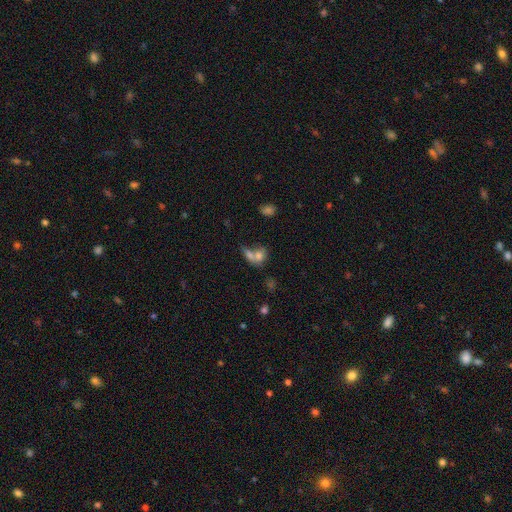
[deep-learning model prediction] This is likely a smooth galaxy (70%). How rounded: likely in between (63%). Merging: possibly merger (60%).